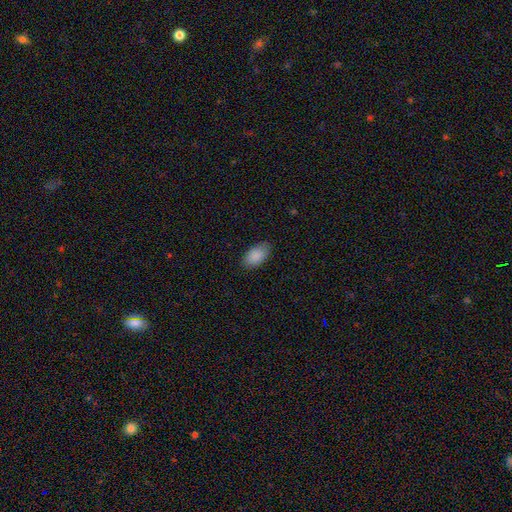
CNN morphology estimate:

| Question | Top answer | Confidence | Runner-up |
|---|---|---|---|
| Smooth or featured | smooth | 89% | star or artifact (6%) |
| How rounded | in between | 94% | round (4%) |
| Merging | none | 82% | minor disturbance (14%) |